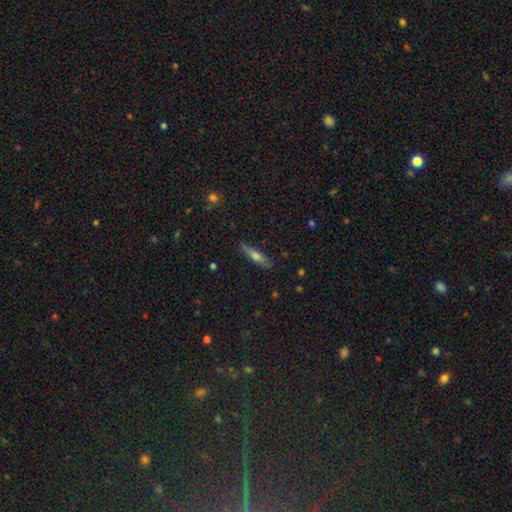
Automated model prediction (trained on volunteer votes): A smooth galaxy with no disk features (48%). Merging: none (86%).